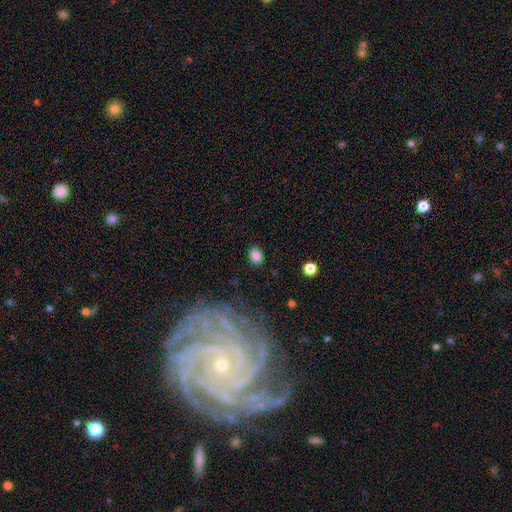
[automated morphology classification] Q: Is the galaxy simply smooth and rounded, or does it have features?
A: smooth — 85%.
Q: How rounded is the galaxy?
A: in between — 69%.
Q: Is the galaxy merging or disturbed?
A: none — 86%.